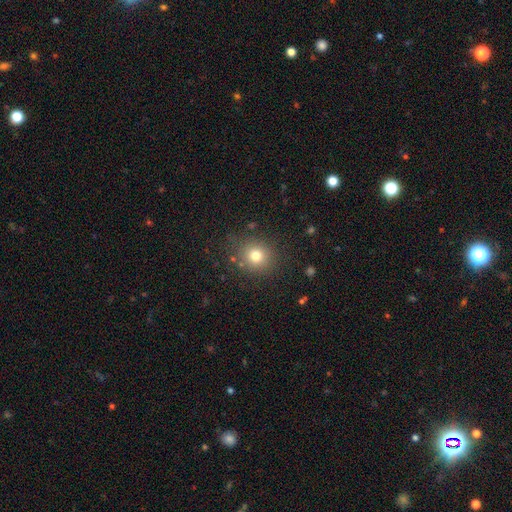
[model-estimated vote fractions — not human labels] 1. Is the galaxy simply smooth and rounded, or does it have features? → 77% smooth, 14% star or artifact, 9% featured or disk.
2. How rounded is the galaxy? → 86% round, 13% in between, 1% cigar-shaped.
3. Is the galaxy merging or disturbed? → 84% none, 10% minor disturbance, 4% major disturbance, 2% merger.